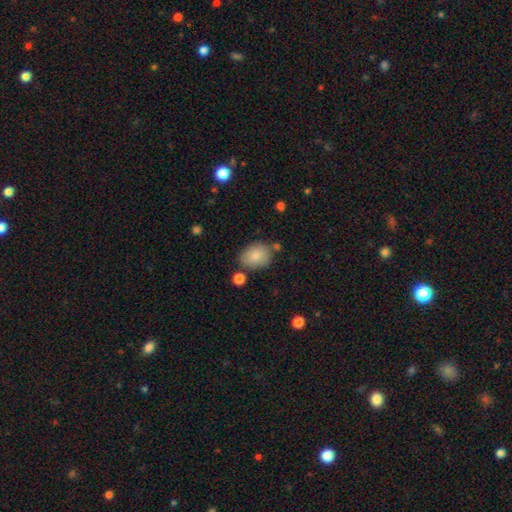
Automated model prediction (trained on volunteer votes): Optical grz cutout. It shows a smooth galaxy with no disk features (84%) that is in between round and cigar-shaped (60%). Merging: none (69%).